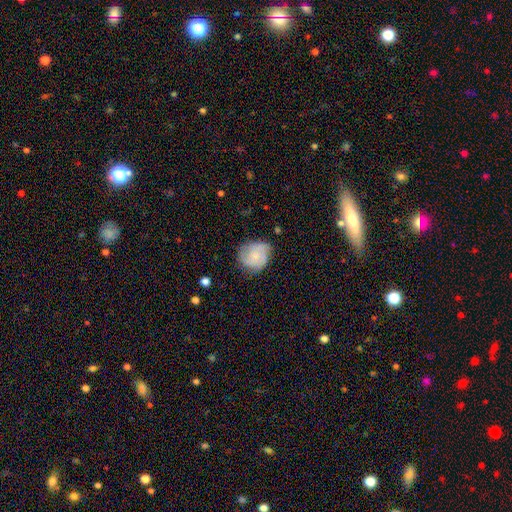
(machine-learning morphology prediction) featured or disk 47%, smooth 46%, star or artifact 8%. Down the decision tree: merging — none (62%).